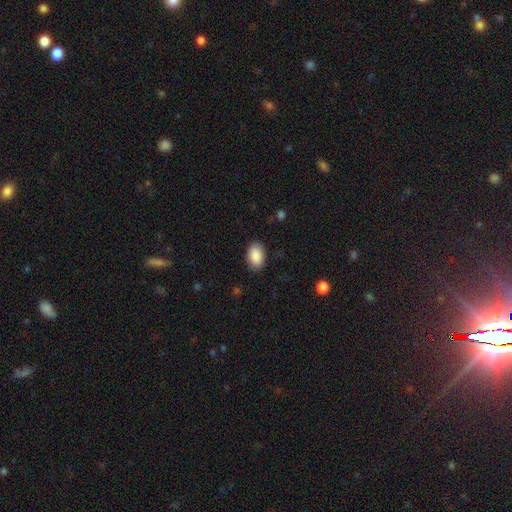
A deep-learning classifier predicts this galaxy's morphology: Smooth or featured? Predicted: smooth (p=0.90). How rounded? Predicted: in between (p=0.92). Merging? Predicted: none (p=0.88).